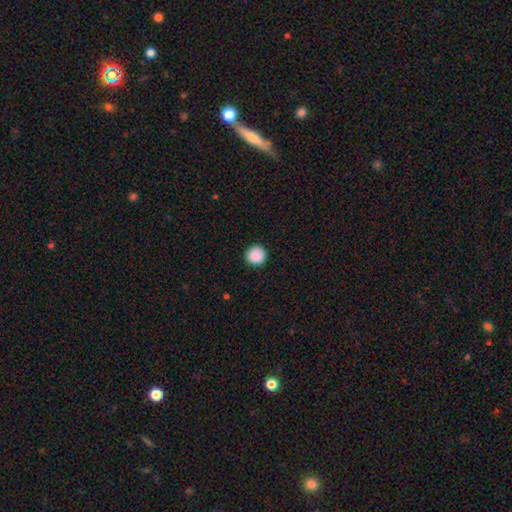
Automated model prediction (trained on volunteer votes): This appears to be a smooth galaxy with no disk features (89%) that is round (96%). Merging: none (91%).